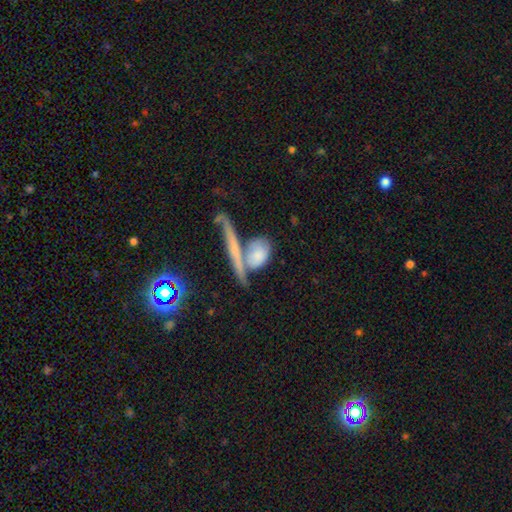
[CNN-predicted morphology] smooth 62%, featured or disk 30%, star or artifact 8%. Down the decision tree: how rounded — in between (55%); merging — none (39%).